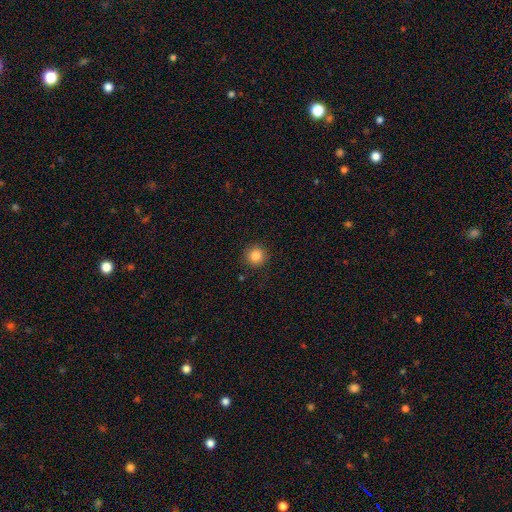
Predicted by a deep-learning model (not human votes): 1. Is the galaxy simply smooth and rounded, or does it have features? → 84% smooth, 11% star or artifact, 4% featured or disk.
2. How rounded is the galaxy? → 94% round, 5% in between, 1% cigar-shaped.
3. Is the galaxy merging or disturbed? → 90% none, 6% minor disturbance, 2% major disturbance, 1% merger.